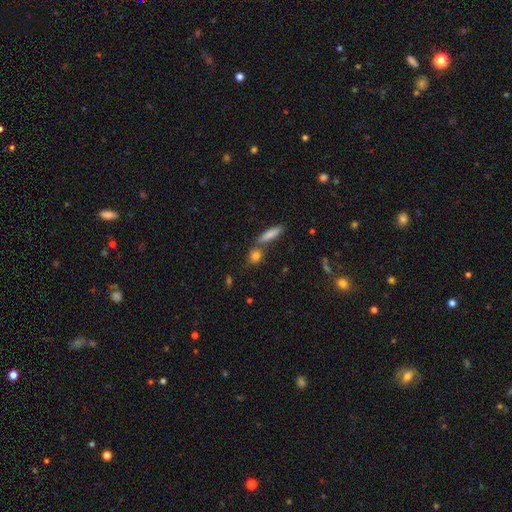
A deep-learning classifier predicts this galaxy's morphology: smooth-or-featured: smooth: 79% | star or artifact: 10% | featured or disk: 10%
  how-rounded: round: 50% | in between: 31% | cigar-shaped: 19%
  merging: none: 60% | merger: 26% | minor disturbance: 11% | major disturbance: 4%